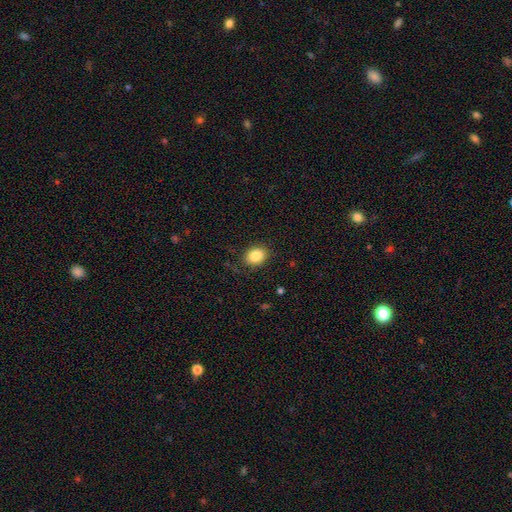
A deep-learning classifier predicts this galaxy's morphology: Q: Smooth or featured?
A: smooth (86%); runner-up: star or artifact (9%)
Q: How rounded?
A: in between (54%); runner-up: round (45%)
Q: Merging?
A: none (86%); runner-up: minor disturbance (10%)